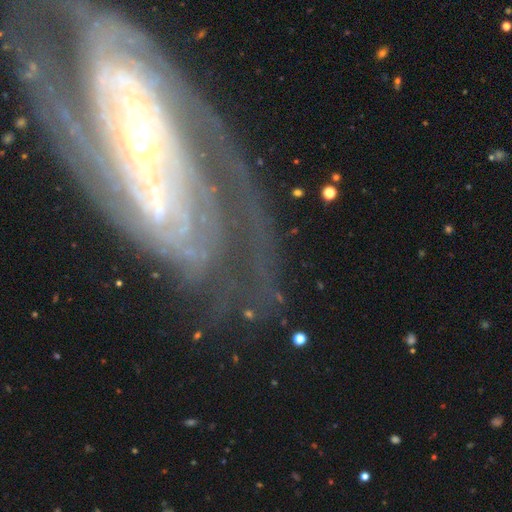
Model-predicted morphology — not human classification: Smooth or featured: featured or disk — 80% (star or artifact — 10%)
Edge-on disk: no — 91% (yes — 9%)
Bar: no — 44% (strong — 29%)
Spiral arms: yes — 86% (no — 14%)
Spiral winding: tight — 65% (medium — 26%)
Spiral arm count: can't tell — 38% (2 — 25%)
Bulge size: small — 57% (moderate — 30%)
Merging: none — 63% (minor disturbance — 17%)